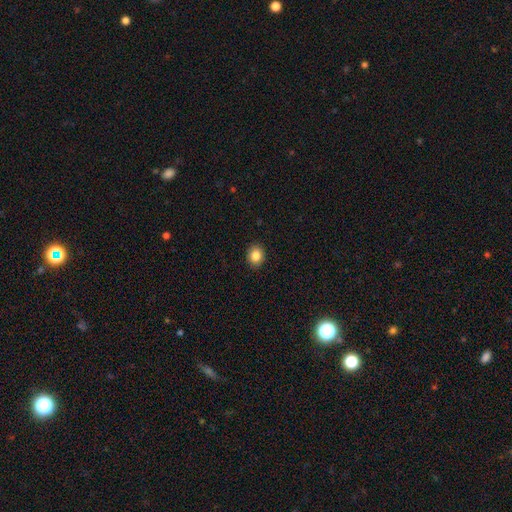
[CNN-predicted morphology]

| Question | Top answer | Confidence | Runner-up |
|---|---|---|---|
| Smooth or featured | smooth | 85% | star or artifact (9%) |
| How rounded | round | 55% | in between (44%) |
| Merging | none | 90% | minor disturbance (7%) |